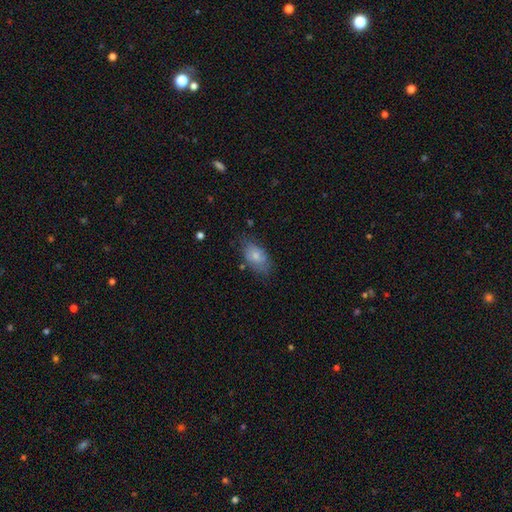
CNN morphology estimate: Smooth or featured: smooth — 76% (featured or disk — 17%)
How rounded: in between — 91% (round — 6%)
Merging: none — 66% (minor disturbance — 24%)